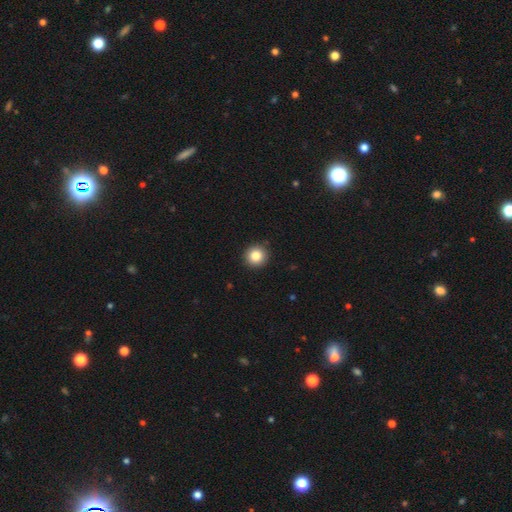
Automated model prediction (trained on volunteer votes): smooth_or_featured: smooth (p=0.85) [alt: star or artifact p=0.10]
how_rounded: round (p=0.94) [alt: in between p=0.05]
merging: none (p=0.91) [alt: minor disturbance p=0.06]